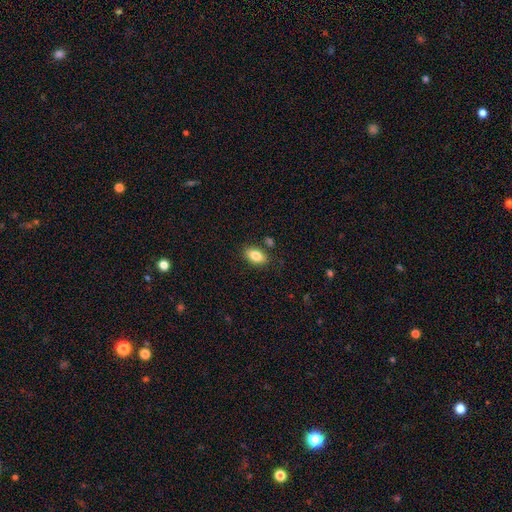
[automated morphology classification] Smooth or featured? Predicted: smooth (p=0.85). How rounded? Predicted: in between (p=0.90). Merging? Predicted: none (p=0.80).